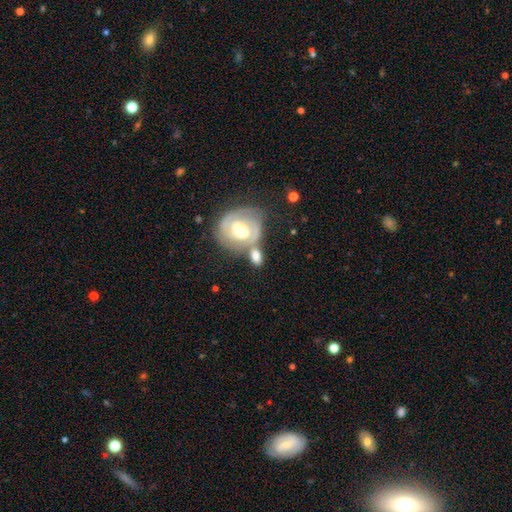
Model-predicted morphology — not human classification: type=smooth (51%); roundness=in between (63%); merging=none (43%).